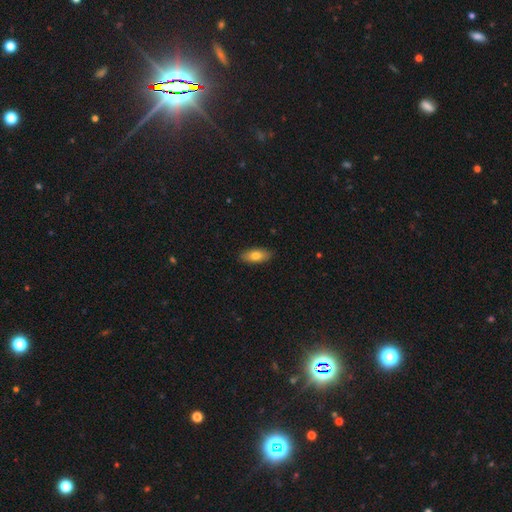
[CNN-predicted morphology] This is likely a smooth galaxy (76%). How rounded: clearly in between (85%). Merging: clearly none (88%).